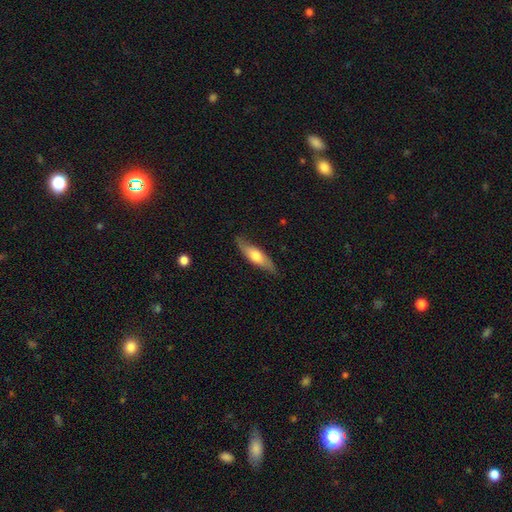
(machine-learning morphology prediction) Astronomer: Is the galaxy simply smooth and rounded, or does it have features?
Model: smooth — 53% (runner-up: featured or disk, 42%).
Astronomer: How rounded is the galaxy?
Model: cigar-shaped — 59% (runner-up: in between, 39%).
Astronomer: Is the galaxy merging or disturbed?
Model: none — 80%.